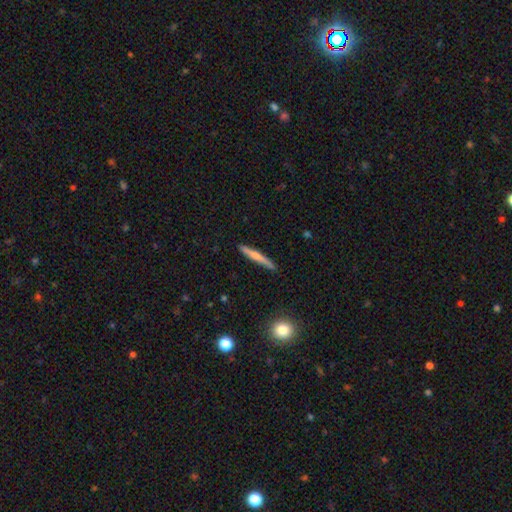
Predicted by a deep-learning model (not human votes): A smooth galaxy with no disk features (55%) that is cigar-shaped (95%).

Vote fractions:
- Smooth or featured? smooth: 55% / featured or disk: 39% / star or artifact: 6%
- How rounded? cigar-shaped: 95% / in between: 4% / round: 2%
- Merging? none: 87% / minor disturbance: 10% / major disturbance: 2% / merger: 1%